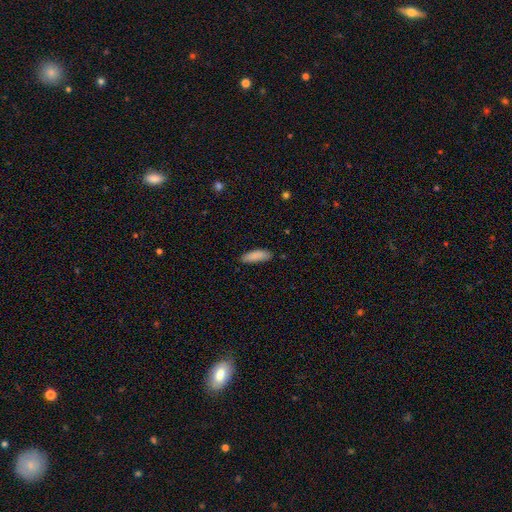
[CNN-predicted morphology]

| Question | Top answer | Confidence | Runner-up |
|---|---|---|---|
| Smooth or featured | smooth | 88% | star or artifact (6%) |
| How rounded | in between | 56% | cigar-shaped (42%) |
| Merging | none | 80% | minor disturbance (16%) |